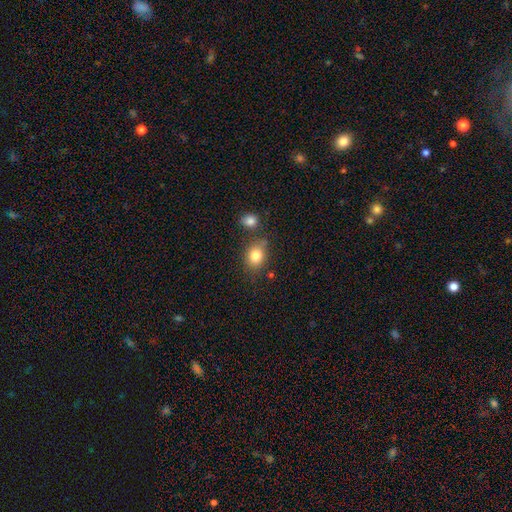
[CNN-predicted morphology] A smooth galaxy with no disk features (83%) that is in between round and cigar-shaped (51%). Merging: none (70%).